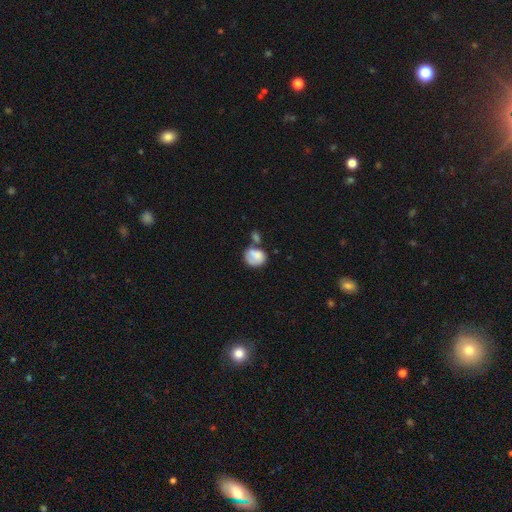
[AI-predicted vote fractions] Smooth or featured? smooth (72%)
How rounded? round (56%)
Merging? merger (40%)